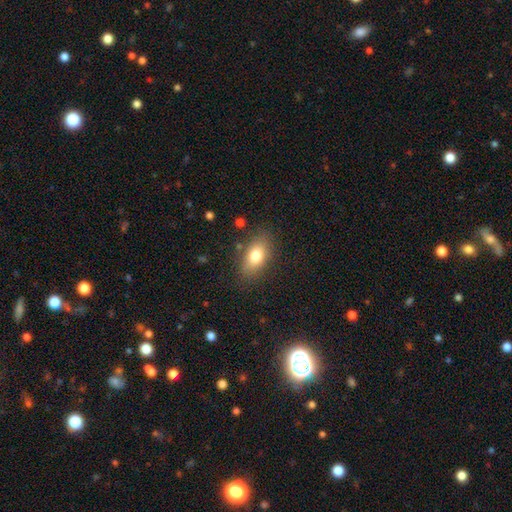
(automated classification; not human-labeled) The model was most divided on "smooth or featured": smooth: 77%, featured or disk: 14%, star or artifact: 8%. More confident: how rounded — in between (86%); merging — none (80%).